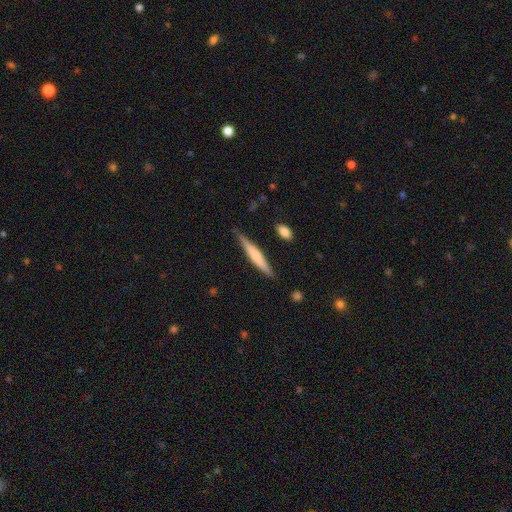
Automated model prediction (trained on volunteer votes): Smooth or featured?
  - smooth: 56% *
  - featured or disk: 39%
  - star or artifact: 6%
How rounded?
  - cigar-shaped: 93% *
  - in between: 6%
  - round: 1%
Merging?
  - none: 83% *
  - minor disturbance: 13%
  - major disturbance: 2%
  - merger: 2%